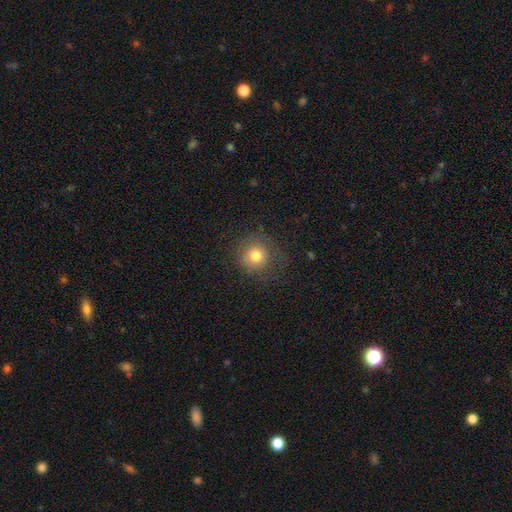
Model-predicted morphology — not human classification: type=smooth (77%); roundness=round (91%); merging=none (76%).